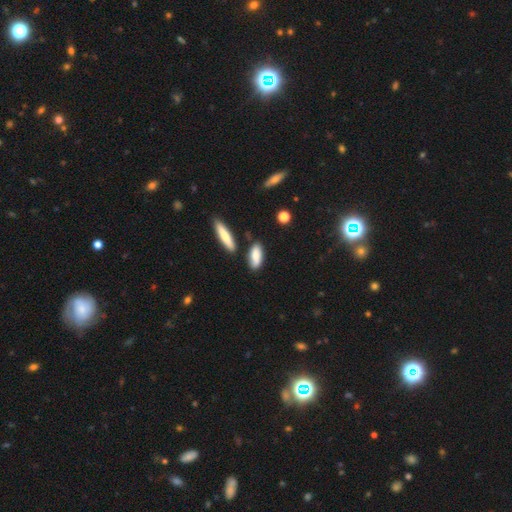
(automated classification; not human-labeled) This appears to be a smooth galaxy with no disk features (81%) that is in between round and cigar-shaped (73%). Merging: none (75%).